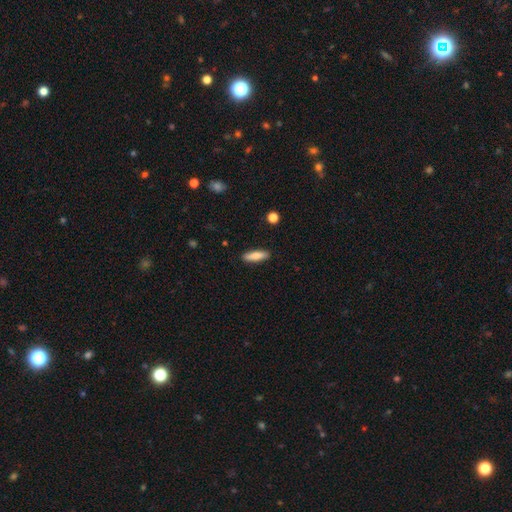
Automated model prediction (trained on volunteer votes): This appears to be a smooth galaxy with no disk features (78%) that is cigar-shaped (59%). Merging: none (90%).